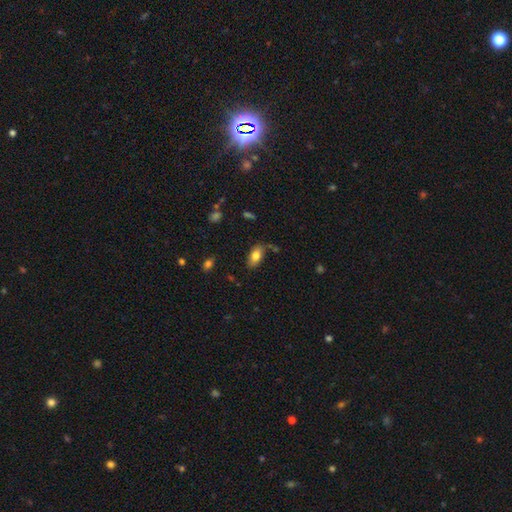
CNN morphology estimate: Q: Smooth or featured?
A: smooth (80%); runner-up: featured or disk (12%)
Q: How rounded?
A: in between (92%); runner-up: round (5%)
Q: Merging?
A: none (75%); runner-up: minor disturbance (17%)